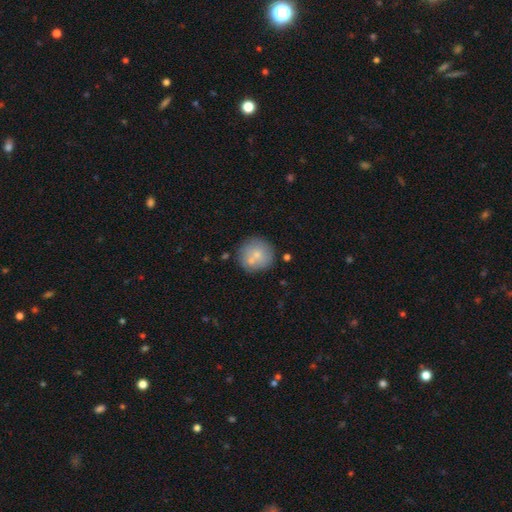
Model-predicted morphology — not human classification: Smooth or featured? Predicted: smooth (p=0.72). How rounded? Predicted: round (p=0.93). Merging? Predicted: none (p=0.66).